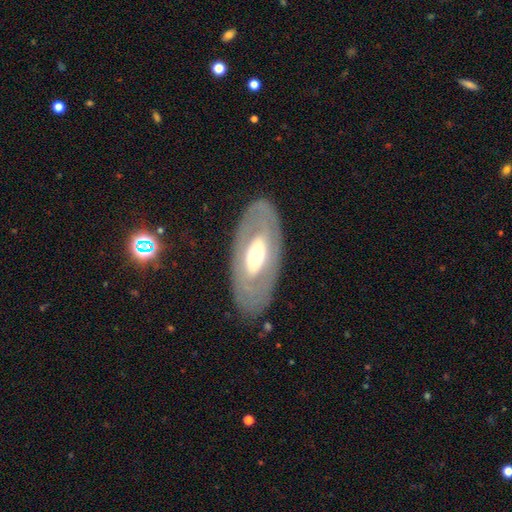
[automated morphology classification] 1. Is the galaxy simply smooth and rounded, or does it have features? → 64% featured or disk, 31% smooth, 5% star or artifact.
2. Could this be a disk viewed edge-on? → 86% no, 14% yes.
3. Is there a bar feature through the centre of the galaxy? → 71% no, 18% weak, 11% strong.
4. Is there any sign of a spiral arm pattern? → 73% no, 27% yes.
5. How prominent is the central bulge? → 57% moderate, 20% large, 20% small, 3% dominant, 1% none.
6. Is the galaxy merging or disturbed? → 82% none, 11% minor disturbance, 5% major disturbance, 1% merger.